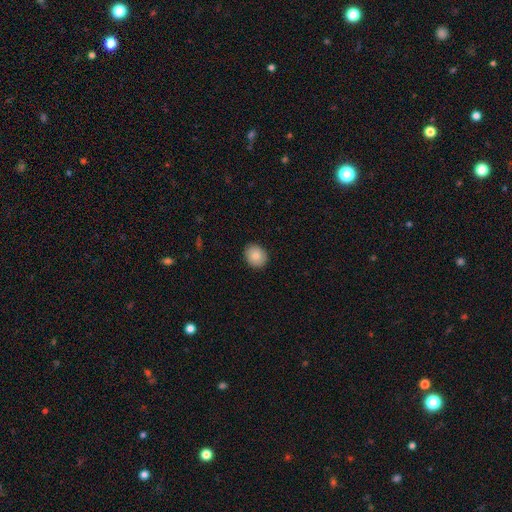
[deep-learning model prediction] A smooth galaxy with no disk features (83%) that is round (66%). Merging: none (90%).